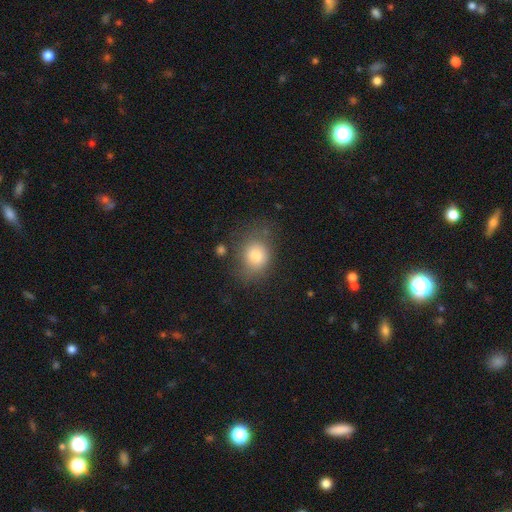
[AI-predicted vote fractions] Smooth or featured?
  - smooth: 79% *
  - featured or disk: 12%
  - star or artifact: 10%
How rounded?
  - round: 57% *
  - in between: 42%
  - cigar-shaped: 1%
Merging?
  - none: 63% *
  - minor disturbance: 22%
  - major disturbance: 11%
  - merger: 4%